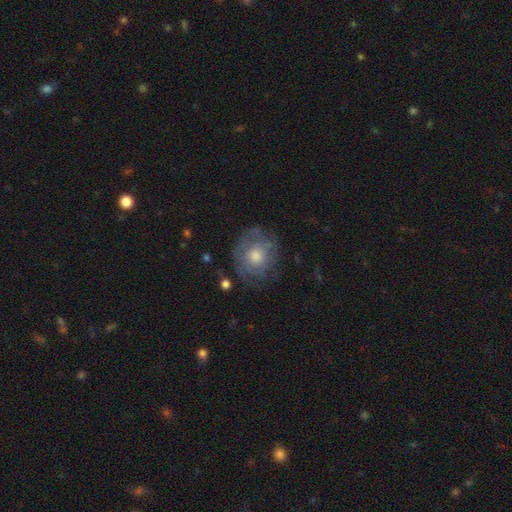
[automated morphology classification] Smooth or featured?
  - smooth: 48% *
  - featured or disk: 42%
  - star or artifact: 9%
Merging?
  - none: 70% *
  - minor disturbance: 19%
  - major disturbance: 9%
  - merger: 2%